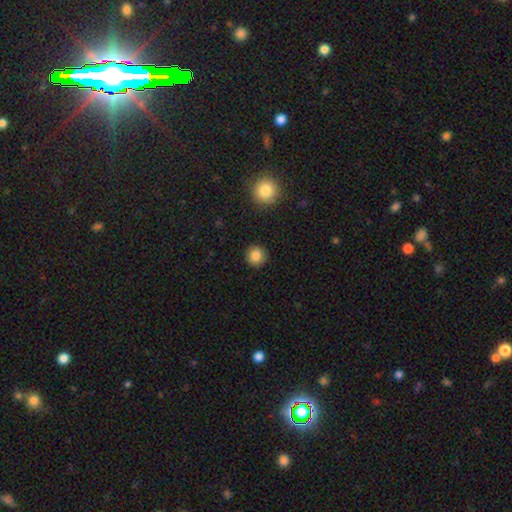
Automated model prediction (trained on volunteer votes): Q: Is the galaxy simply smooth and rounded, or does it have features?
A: smooth — 85%.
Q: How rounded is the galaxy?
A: round — 94%.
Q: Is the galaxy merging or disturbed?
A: none — 92%.